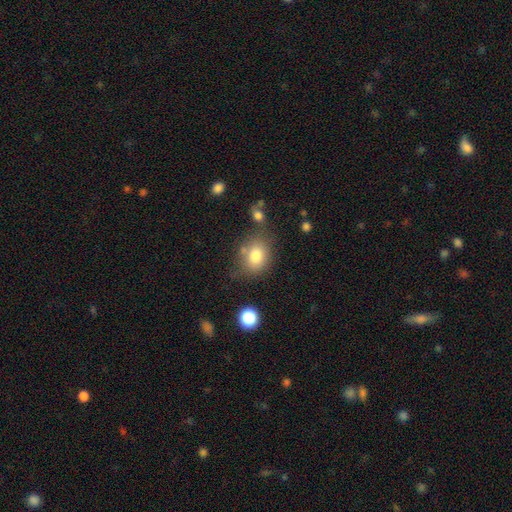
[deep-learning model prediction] Smooth or featured? smooth (80%)
How rounded? in between (60%)
Merging? none (63%)